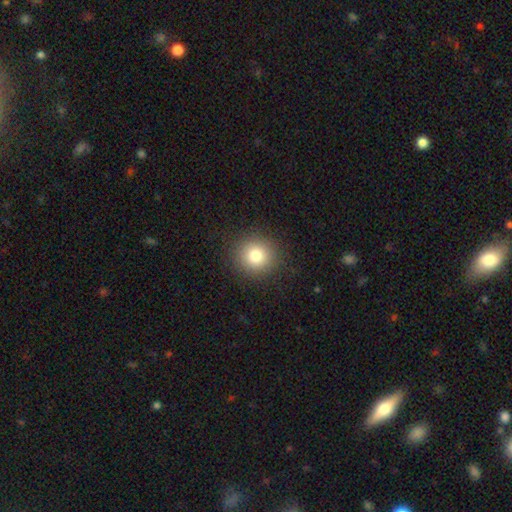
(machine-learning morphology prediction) A smooth galaxy with no disk features (81%) that is round (91%).

Vote fractions:
- Smooth or featured? smooth: 81% / star or artifact: 12% / featured or disk: 7%
- How rounded? round: 91% / in between: 8% / cigar-shaped: 1%
- Merging? none: 90% / minor disturbance: 7% / major disturbance: 3% / merger: 1%